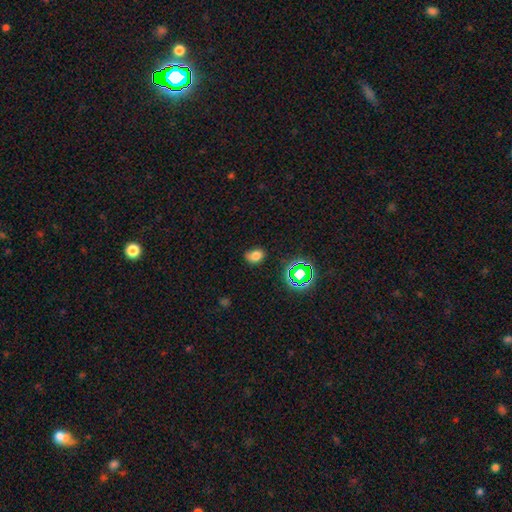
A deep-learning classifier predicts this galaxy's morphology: type=smooth (74%); roundness=in between (69%); merging=none (76%).